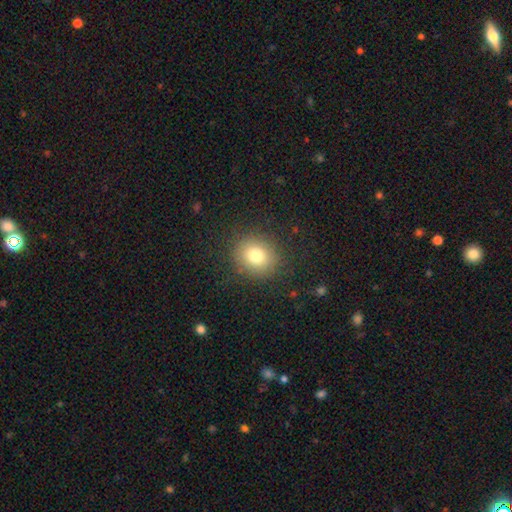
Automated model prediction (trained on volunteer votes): Smooth or featured? Predicted: smooth (p=0.79). How rounded? Predicted: round (p=0.79). Merging? Predicted: none (p=0.87).